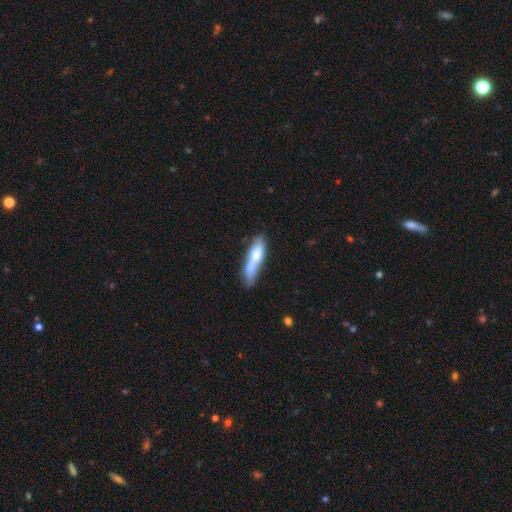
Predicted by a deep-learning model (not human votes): This is likely a smooth galaxy (64%). How rounded: likely cigar-shaped (67%). Merging: marginally none (44%).